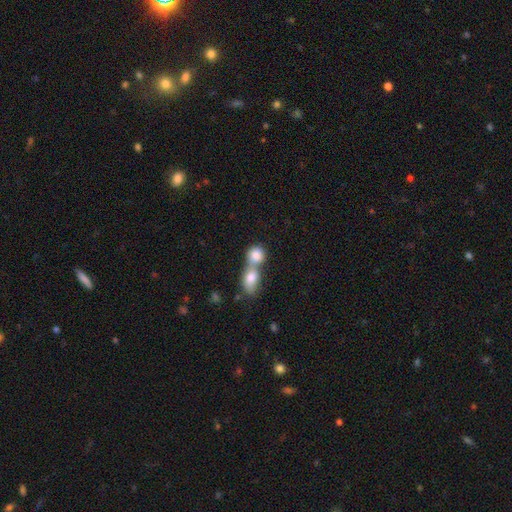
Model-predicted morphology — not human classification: Smooth or featured: smooth — 82% (featured or disk — 11%)
How rounded: round — 63% (in between — 35%)
Merging: merger — 69% (none — 23%)